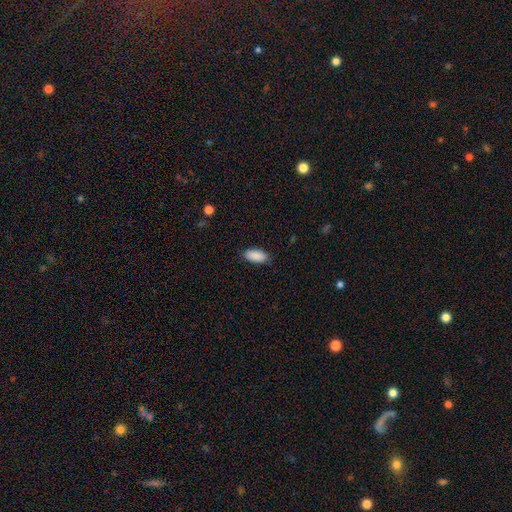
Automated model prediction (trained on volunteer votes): Q: Smooth or featured?
A: smooth (90%); runner-up: star or artifact (6%)
Q: How rounded?
A: in between (92%); runner-up: cigar-shaped (6%)
Q: Merging?
A: none (86%); runner-up: minor disturbance (10%)